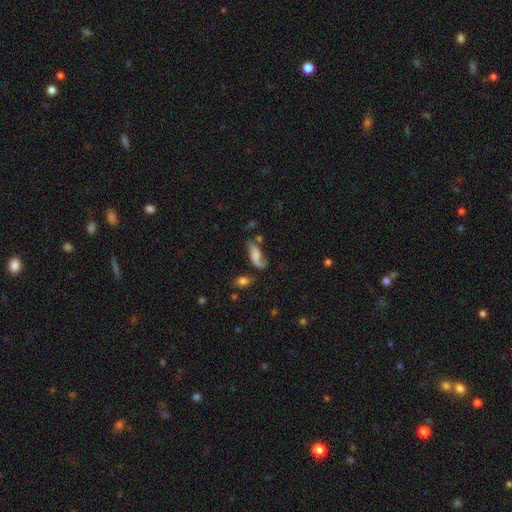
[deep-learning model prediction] A featured or disk galaxy (49%).

Vote fractions:
- Smooth or featured? featured or disk: 49% / smooth: 42% / star or artifact: 10%
- Merging? none: 46% / minor disturbance: 26% / major disturbance: 20% / merger: 8%